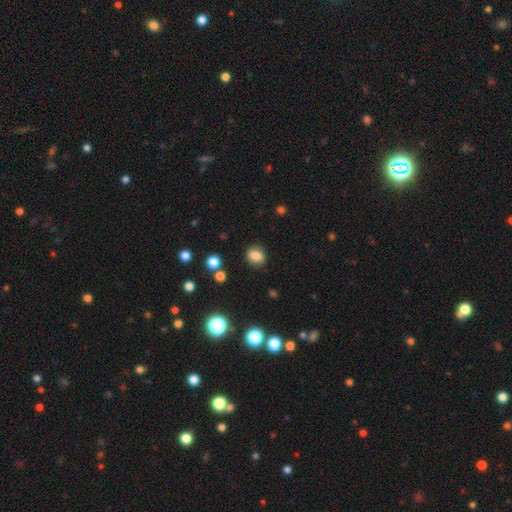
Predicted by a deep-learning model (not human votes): Morphology: type=smooth (81%); roundness=round (67%); merging=none (84%).